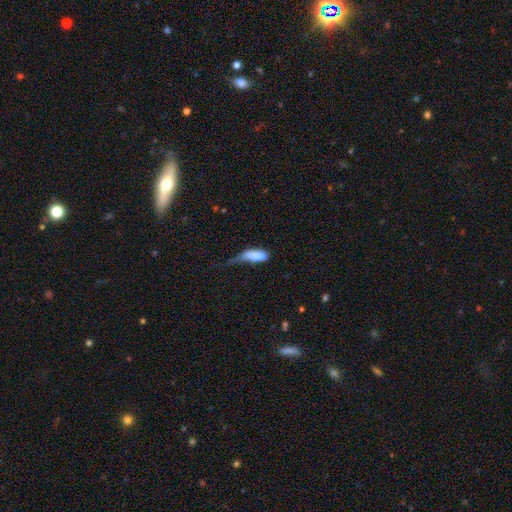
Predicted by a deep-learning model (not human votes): The model was most divided on "merging": major disturbance: 45%, minor disturbance: 32%, none: 16%, merger: 8%. More confident: smooth or featured — smooth (76%); how rounded — in between (74%).